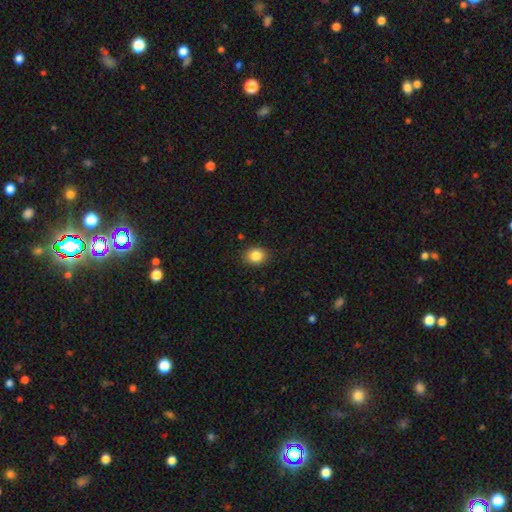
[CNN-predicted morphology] This appears to be a smooth galaxy with no disk features (85%) that is round (54%). Merging: none (87%).